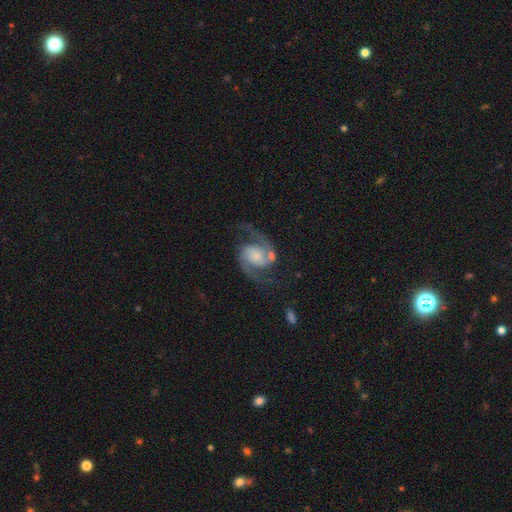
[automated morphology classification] This is clearly a featured or disk galaxy (90%). It is clearly not viewed edge-on (98%). Bar: likely no (61%). Spiral arm pattern: clearly yes (98%). Spiral arm count: clearly 2 (94%). Spiral winding: possibly medium (55%). Central bulge: marginally small (26%, tied with moderate). Merging: likely none (68%).